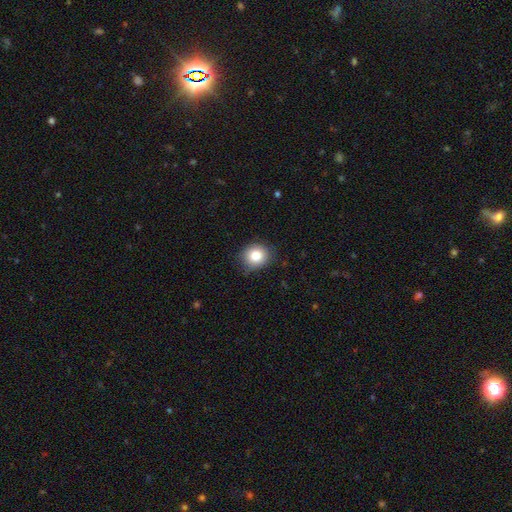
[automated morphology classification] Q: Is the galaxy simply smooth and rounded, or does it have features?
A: smooth — 84%.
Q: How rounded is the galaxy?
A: round — 78%.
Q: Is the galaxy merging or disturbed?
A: none — 80%.